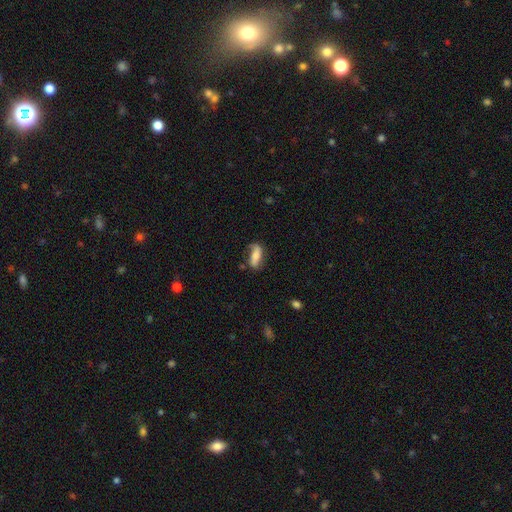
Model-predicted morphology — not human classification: Q: Smooth or featured?
A: smooth (47%); runner-up: featured or disk (46%)
Q: Merging?
A: none (64%); runner-up: minor disturbance (23%)